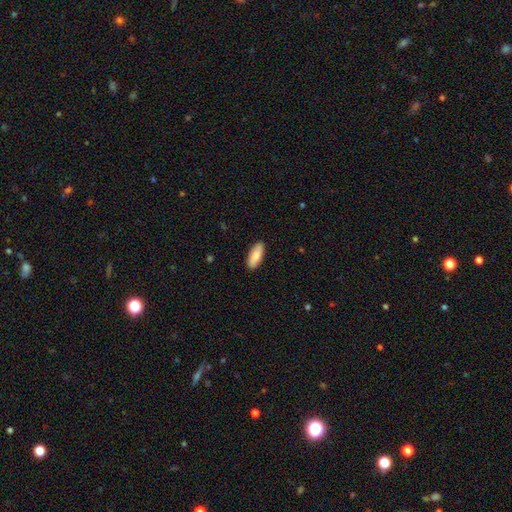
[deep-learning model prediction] A smooth galaxy with no disk features (86%) that is in between round and cigar-shaped (75%).

Vote fractions:
- Smooth or featured? smooth: 86% / featured or disk: 9% / star or artifact: 5%
- How rounded? in between: 75% / cigar-shaped: 23% / round: 2%
- Merging? none: 89% / minor disturbance: 8% / major disturbance: 2% / merger: 1%